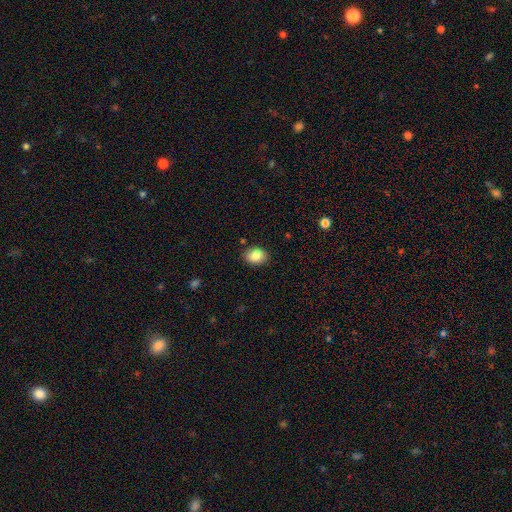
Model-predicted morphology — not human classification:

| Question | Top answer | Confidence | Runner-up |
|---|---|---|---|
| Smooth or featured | smooth | 86% | star or artifact (8%) |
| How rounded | in between | 66% | round (33%) |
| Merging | none | 86% | minor disturbance (11%) |